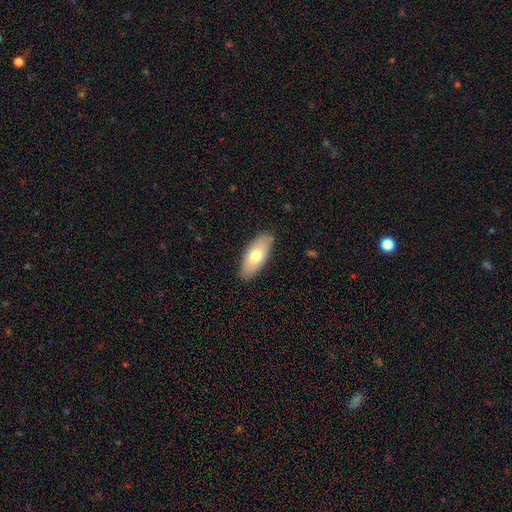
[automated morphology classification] This is likely a smooth galaxy (72%). How rounded: clearly in between (85%). Merging: clearly none (86%).